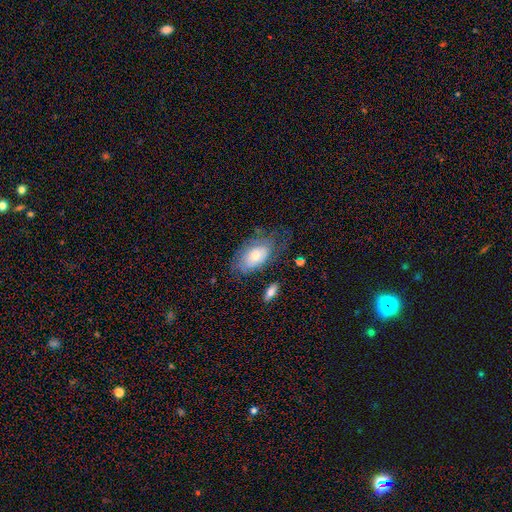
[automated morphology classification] A smooth galaxy with no disk features (56%) that is in between round and cigar-shaped (91%). Merging: none (51%).